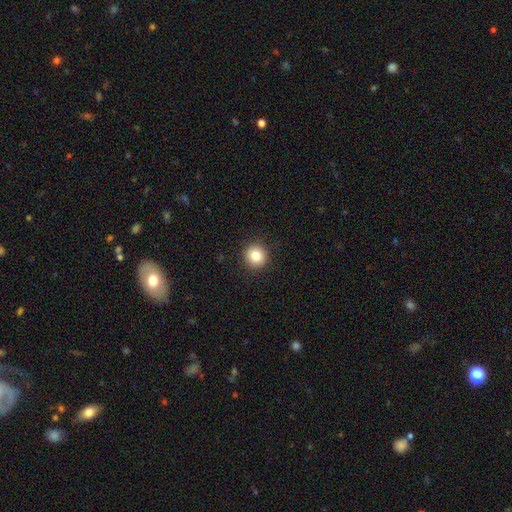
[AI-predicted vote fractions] smooth_or_featured: smooth (p=0.83) [alt: star or artifact p=0.10]
how_rounded: round (p=0.93) [alt: in between p=0.06]
merging: none (p=0.92) [alt: minor disturbance p=0.05]